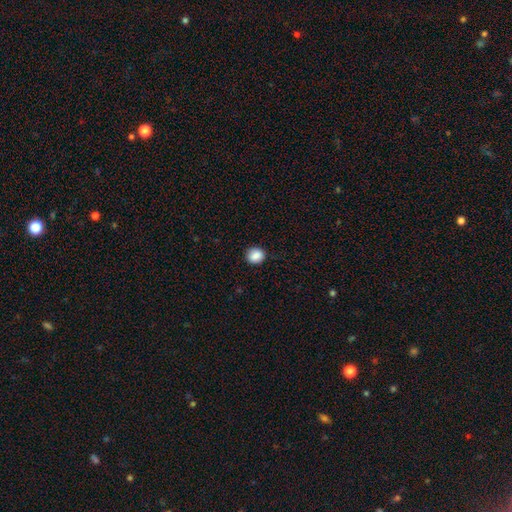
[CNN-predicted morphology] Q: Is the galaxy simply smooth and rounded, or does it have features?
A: smooth — 87%.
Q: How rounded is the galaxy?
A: round — 81%.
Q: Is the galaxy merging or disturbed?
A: none — 89%.